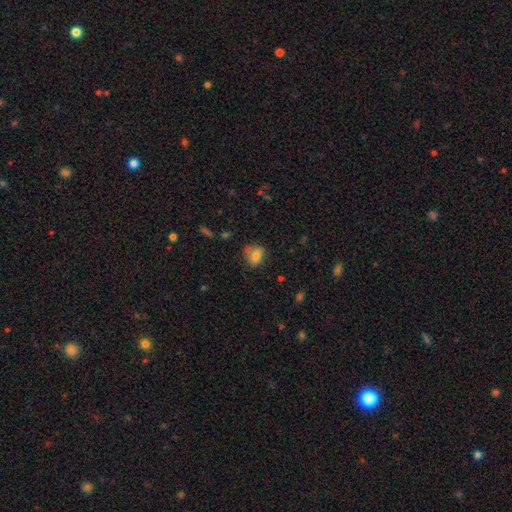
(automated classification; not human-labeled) Q: Smooth or featured?
A: smooth (78%); runner-up: featured or disk (12%)
Q: How rounded?
A: round (51%); runner-up: in between (48%)
Q: Merging?
A: none (63%); runner-up: minor disturbance (25%)